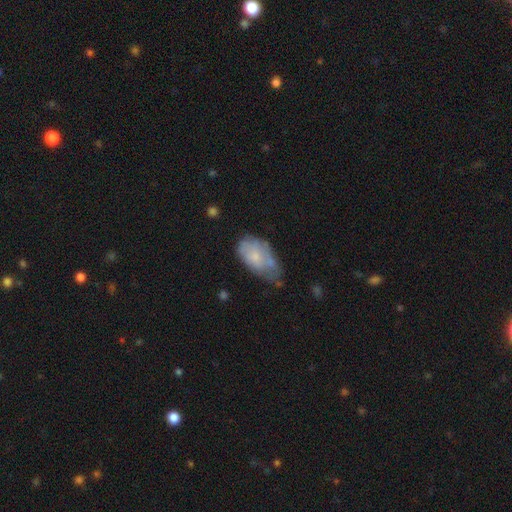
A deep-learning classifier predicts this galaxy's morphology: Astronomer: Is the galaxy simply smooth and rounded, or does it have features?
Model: smooth — 63%.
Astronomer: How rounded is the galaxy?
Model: in between — 92%.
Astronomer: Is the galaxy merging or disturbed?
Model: minor disturbance — 42% (runner-up: none, 32%).